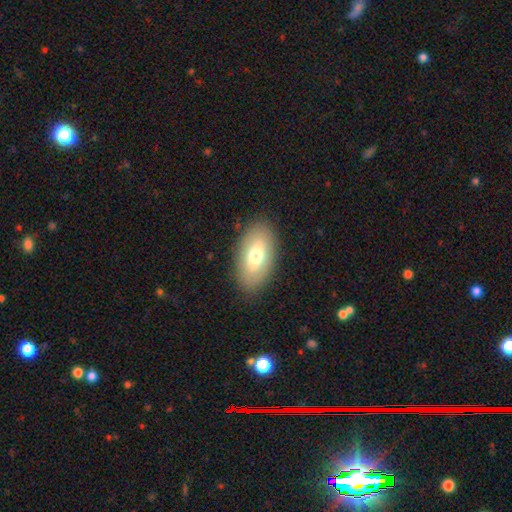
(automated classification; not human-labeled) Smooth or featured: smooth — 67% (featured or disk — 26%)
How rounded: in between — 93% (round — 4%)
Merging: none — 86% (minor disturbance — 10%)